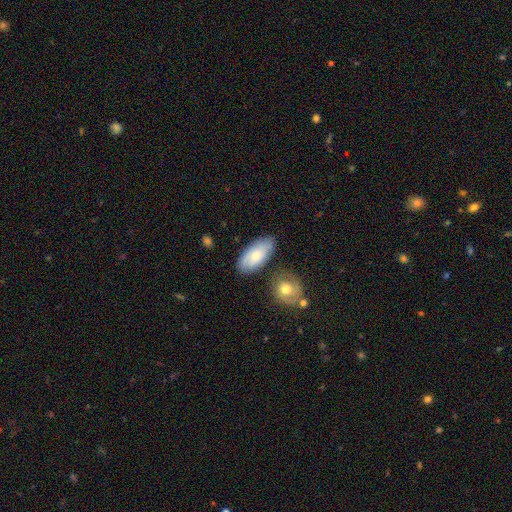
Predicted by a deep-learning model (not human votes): Smooth or featured: smooth — 72% (featured or disk — 23%)
How rounded: in between — 91% (cigar-shaped — 6%)
Merging: none — 74% (minor disturbance — 15%)